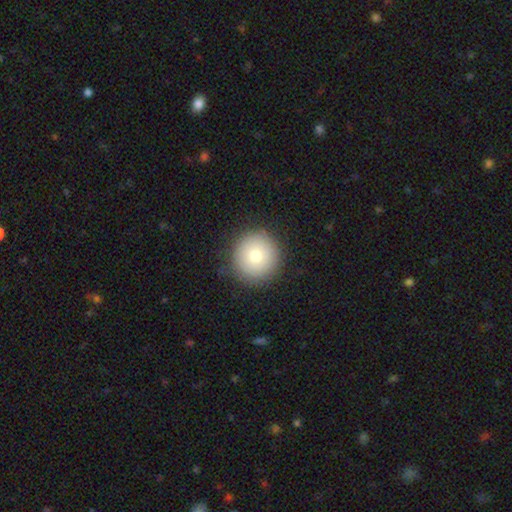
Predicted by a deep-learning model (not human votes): Smooth or featured?
  - smooth: 78% *
  - featured or disk: 12%
  - star or artifact: 10%
How rounded?
  - round: 95% *
  - in between: 4%
  - cigar-shaped: 1%
Merging?
  - none: 89% *
  - minor disturbance: 7%
  - major disturbance: 2%
  - merger: 1%